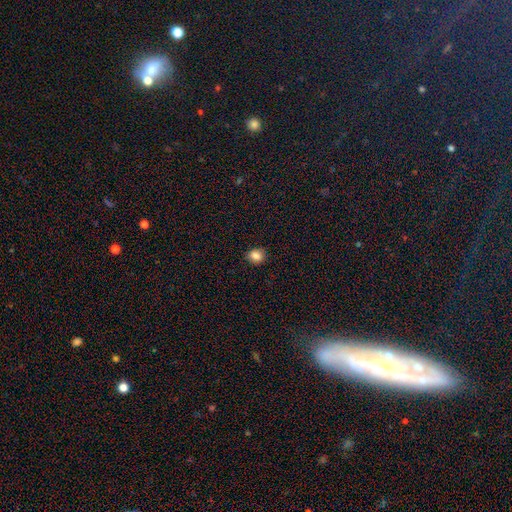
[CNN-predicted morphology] Overall: smooth (85%). How rounded: round (66%; in between 33%). Merging: none (88%).